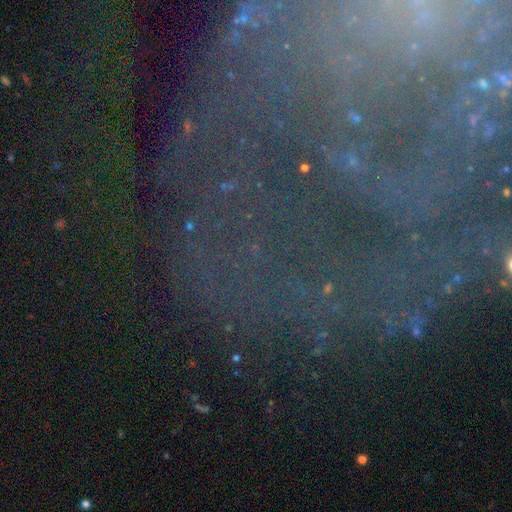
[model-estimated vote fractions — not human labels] smooth_or_featured: star or artifact (p=0.53) [alt: featured or disk p=0.33]